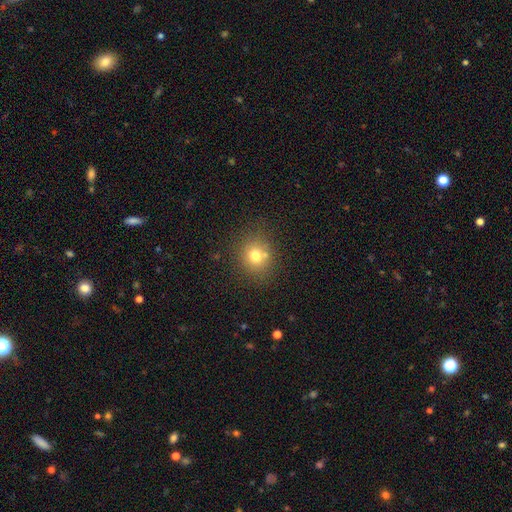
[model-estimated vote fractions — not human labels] A smooth galaxy with no disk features (72%) that is round (82%). Merging: none (72%).